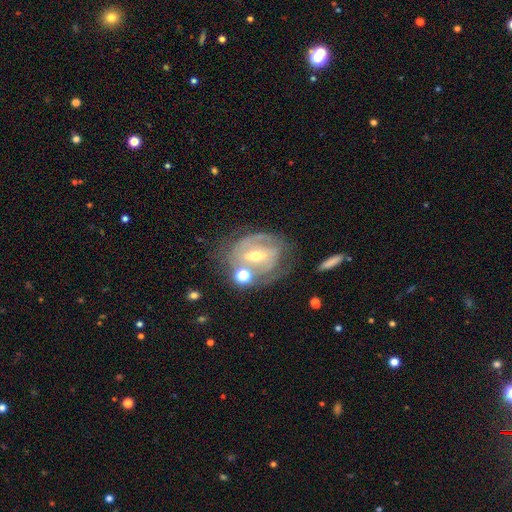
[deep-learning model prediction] This is likely a featured or disk galaxy (79%). It is clearly not viewed edge-on (95%). Bar: marginally strong (42%). Spiral arm pattern: clearly yes (80%). Spiral arm count: possibly 2 (53%). Spiral winding: possibly tight (55%). Central bulge: possibly moderate (57%). Merging: possibly none (58%).